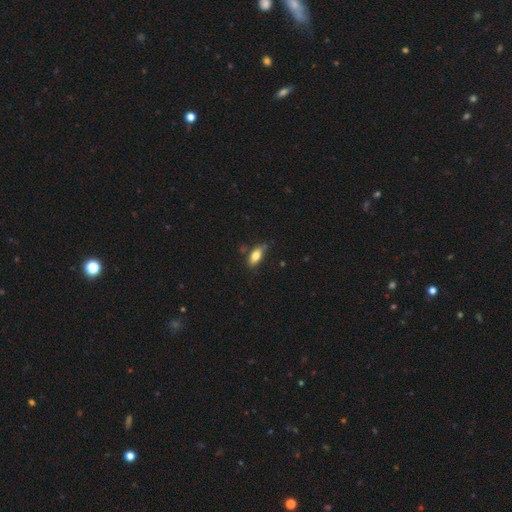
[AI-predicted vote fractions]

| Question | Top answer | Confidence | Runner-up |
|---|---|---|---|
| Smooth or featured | smooth | 78% | featured or disk (15%) |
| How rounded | in between | 84% | cigar-shaped (13%) |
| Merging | none | 74% | minor disturbance (19%) |